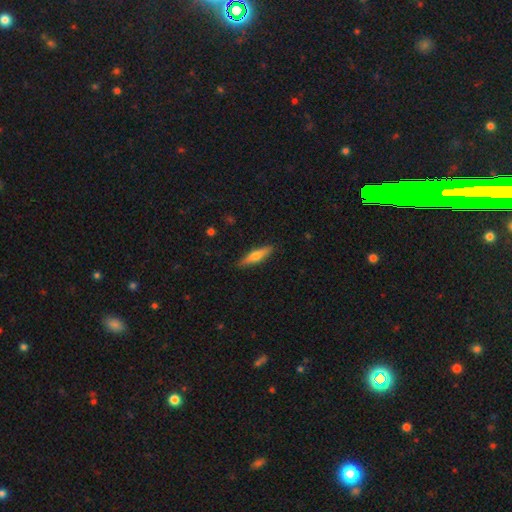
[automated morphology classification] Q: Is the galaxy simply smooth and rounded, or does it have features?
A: smooth — 61%.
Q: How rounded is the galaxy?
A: cigar-shaped — 77%.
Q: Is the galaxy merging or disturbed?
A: none — 88%.